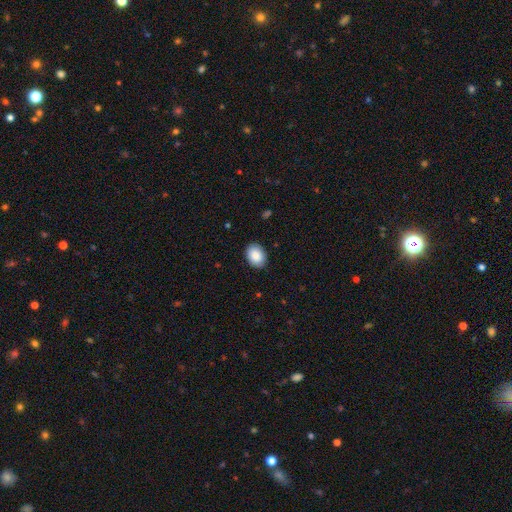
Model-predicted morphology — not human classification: This appears to be a smooth galaxy with no disk features (87%) that is in between round and cigar-shaped (68%). Merging: none (89%).